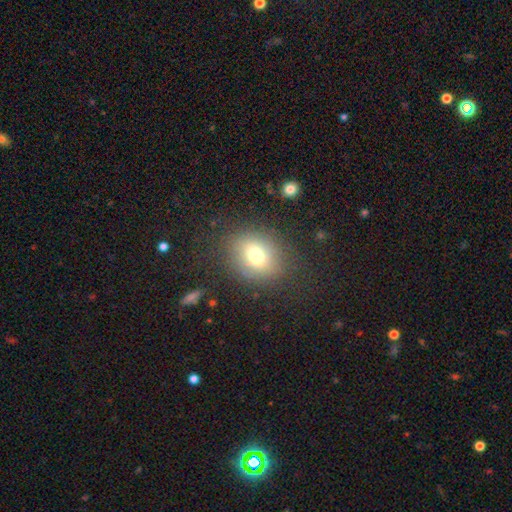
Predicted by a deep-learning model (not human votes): Morphology: type=smooth (69%); roundness=round (58%); merging=none (78%).